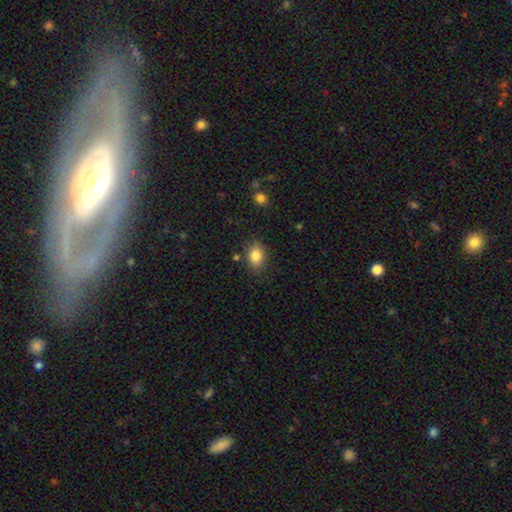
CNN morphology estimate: The model was most divided on "how rounded": in between: 76%, round: 22%, cigar-shaped: 1%. More confident: smooth or featured — smooth (84%); merging — none (82%).